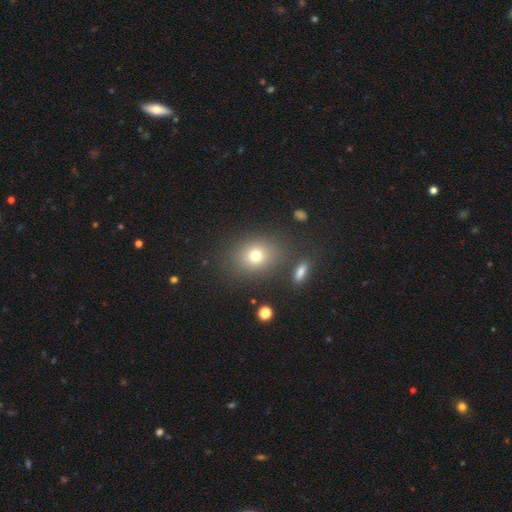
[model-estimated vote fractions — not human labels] Smooth or featured? Predicted: smooth (p=0.74). How rounded? Predicted: in between (p=0.52). Merging? Predicted: none (p=0.79).